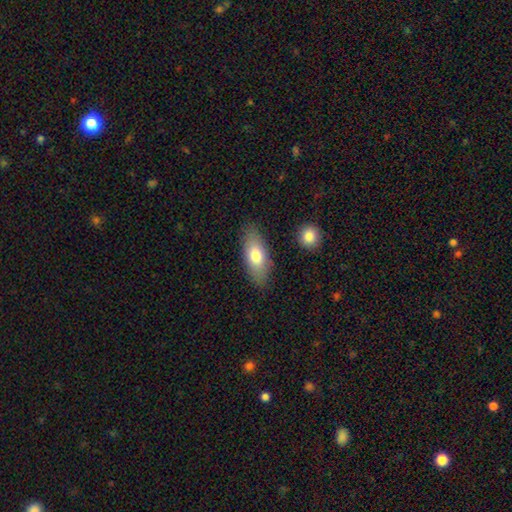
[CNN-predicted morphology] Q: Smooth or featured?
A: smooth (73%); runner-up: featured or disk (20%)
Q: How rounded?
A: in between (80%); runner-up: cigar-shaped (17%)
Q: Merging?
A: none (83%); runner-up: minor disturbance (12%)